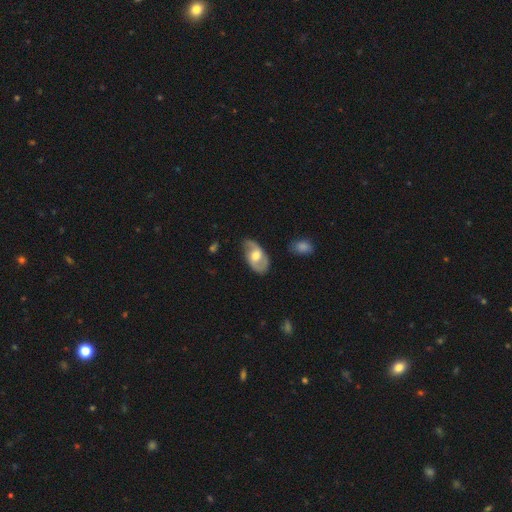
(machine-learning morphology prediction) This is likely a featured or disk galaxy (66%). It is clearly not viewed edge-on (94%). Bar: possibly no (51%). Spiral arm pattern: clearly yes (80%). Central bulge: likely moderate (72%). Merging: likely none (71%).